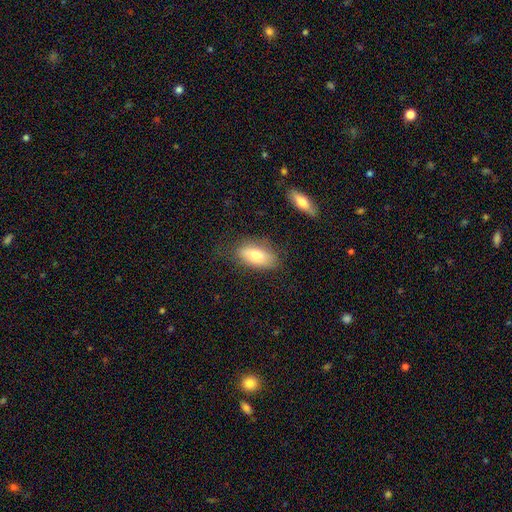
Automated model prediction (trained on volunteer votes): Smooth or featured? Predicted: smooth (p=0.71). How rounded? Predicted: in between (p=0.88). Merging? Predicted: none (p=0.70).